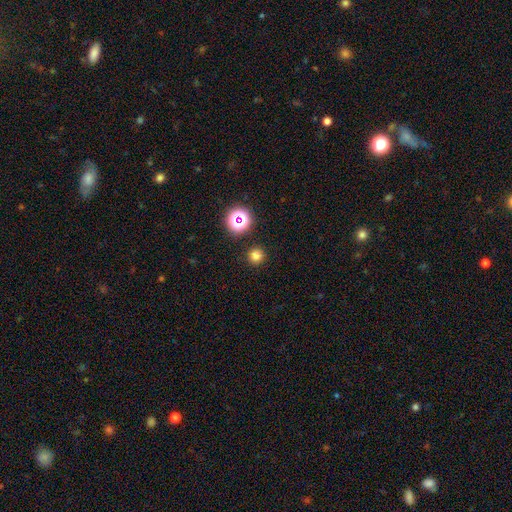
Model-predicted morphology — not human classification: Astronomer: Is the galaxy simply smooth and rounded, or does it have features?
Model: smooth — 76%.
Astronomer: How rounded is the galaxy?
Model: round — 95%.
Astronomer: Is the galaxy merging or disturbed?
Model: none — 91%.